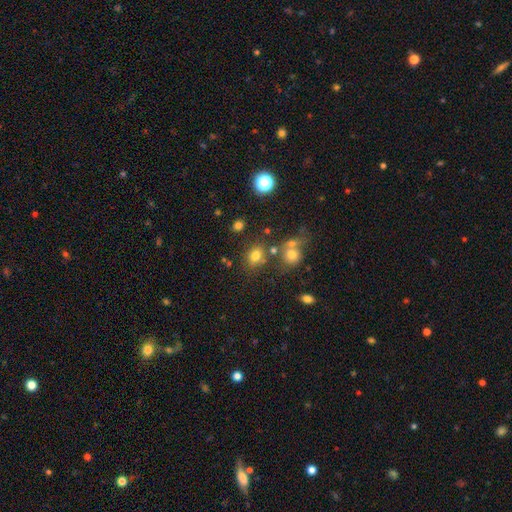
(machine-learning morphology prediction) Q: Smooth or featured?
A: smooth (73%); runner-up: star or artifact (18%)
Q: How rounded?
A: in between (55%); runner-up: round (43%)
Q: Merging?
A: none (68%); runner-up: minor disturbance (13%)